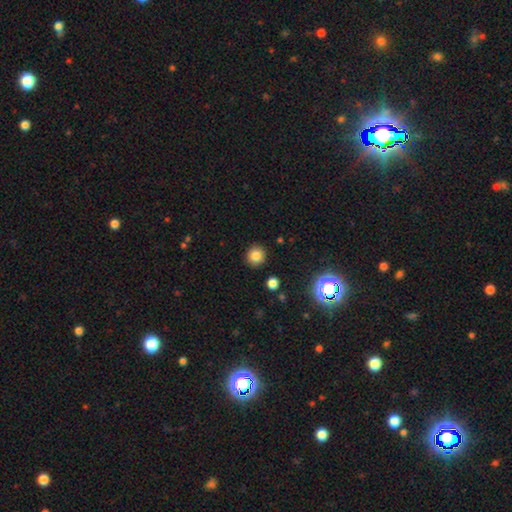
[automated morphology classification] smooth_or_featured: smooth (p=0.83) [alt: star or artifact p=0.13]
how_rounded: round (p=0.93) [alt: in between p=0.06]
merging: none (p=0.91) [alt: minor disturbance p=0.05]